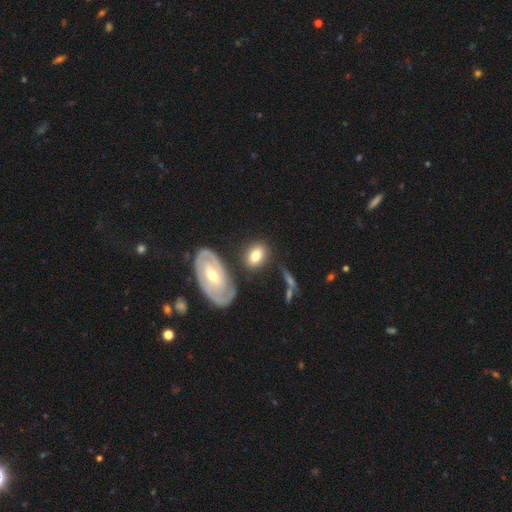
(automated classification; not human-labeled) Smooth or featured: smooth — 68% (featured or disk — 26%)
How rounded: in between — 75% (round — 23%)
Merging: none — 71% (minor disturbance — 15%)